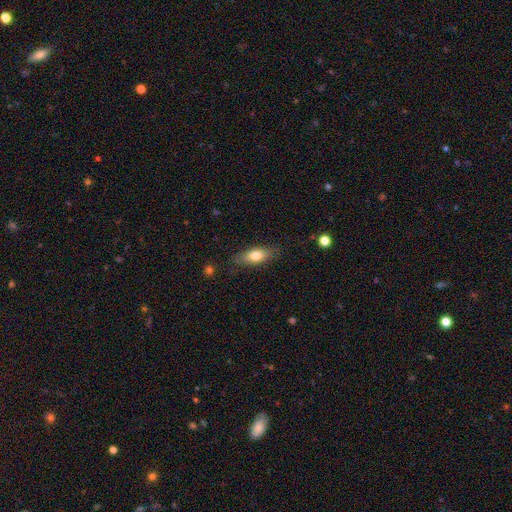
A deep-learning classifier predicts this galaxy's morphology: This is likely a smooth galaxy (73%). How rounded: likely in between (74%). Merging: clearly none (81%).